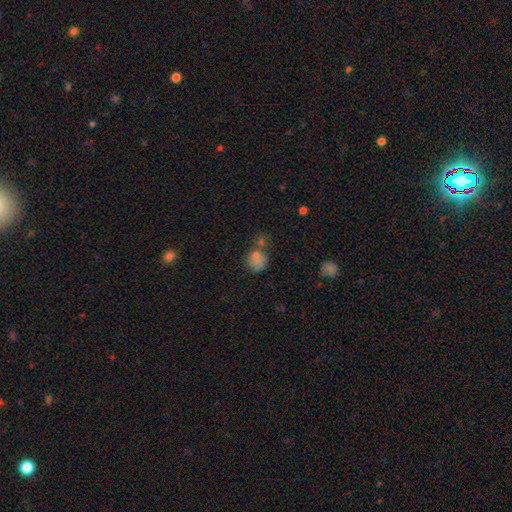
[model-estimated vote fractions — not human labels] This is likely a smooth galaxy (68%). How rounded: likely round (76%). Merging: possibly none (55%).